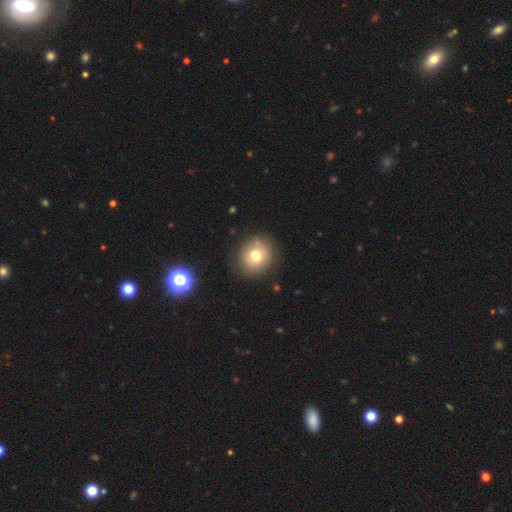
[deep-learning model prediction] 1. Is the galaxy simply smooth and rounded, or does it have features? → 73% smooth, 16% featured or disk, 11% star or artifact.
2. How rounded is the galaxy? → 81% round, 18% in between, 1% cigar-shaped.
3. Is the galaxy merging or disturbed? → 82% none, 12% minor disturbance, 3% major disturbance, 3% merger.